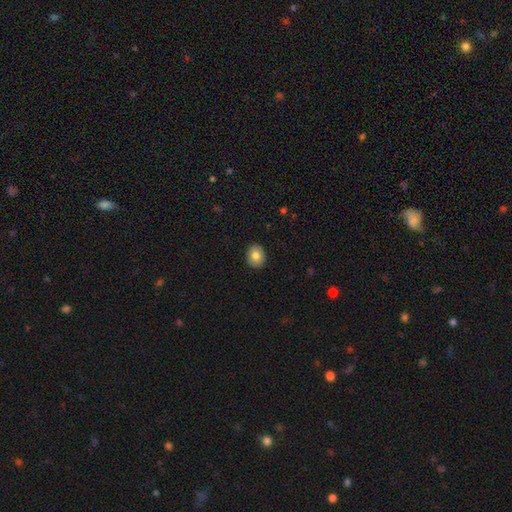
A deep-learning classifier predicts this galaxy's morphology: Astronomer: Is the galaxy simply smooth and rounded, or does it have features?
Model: smooth — 80%.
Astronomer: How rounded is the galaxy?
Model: round — 64%.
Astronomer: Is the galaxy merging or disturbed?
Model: none — 90%.